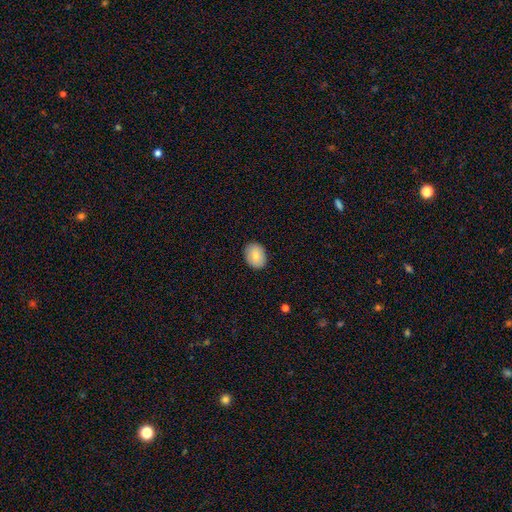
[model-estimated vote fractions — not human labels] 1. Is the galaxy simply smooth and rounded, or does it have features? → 82% smooth, 11% featured or disk, 7% star or artifact.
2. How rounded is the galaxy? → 62% in between, 37% round, 1% cigar-shaped.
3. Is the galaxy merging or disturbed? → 89% none, 8% minor disturbance, 2% major disturbance, 1% merger.